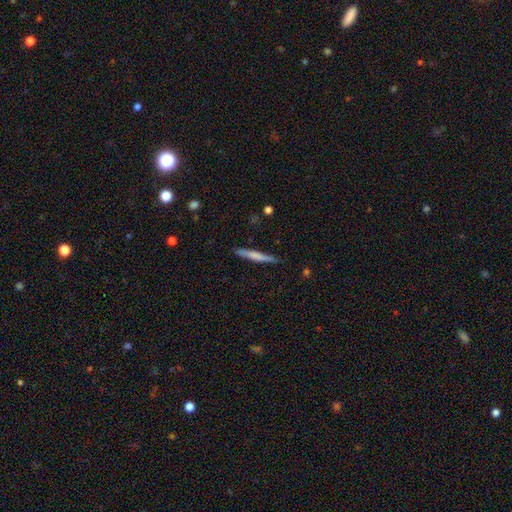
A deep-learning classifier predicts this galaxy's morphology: Smooth or featured: smooth — 58% (featured or disk — 37%)
How rounded: cigar-shaped — 96% (in between — 3%)
Merging: none — 88% (minor disturbance — 9%)